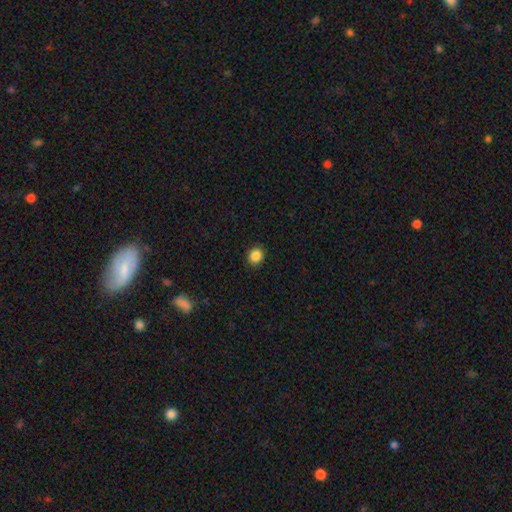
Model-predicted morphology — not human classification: smooth 86%, star or artifact 10%, featured or disk 3%. Down the decision tree: how rounded — round (75%); merging — none (91%).